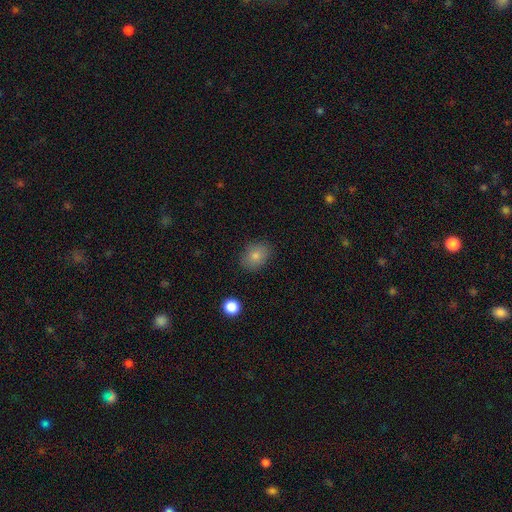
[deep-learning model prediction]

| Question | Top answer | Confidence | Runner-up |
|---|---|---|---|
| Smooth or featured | smooth | 82% | star or artifact (9%) |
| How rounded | in between | 67% | round (32%) |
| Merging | none | 83% | minor disturbance (12%) |